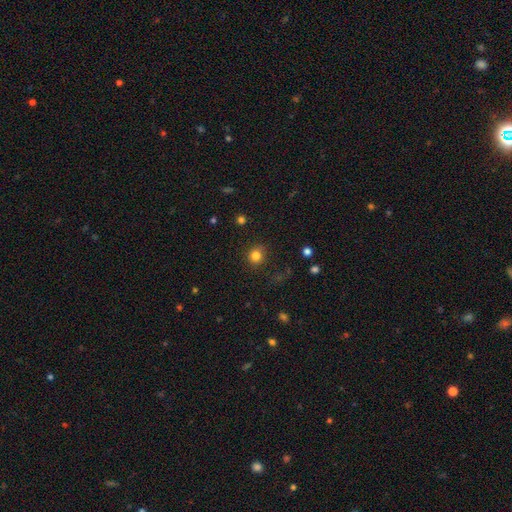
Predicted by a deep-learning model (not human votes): The model was most divided on "smooth or featured": smooth: 83%, star or artifact: 13%, featured or disk: 5%. More confident: how rounded — round (87%); merging — none (85%).